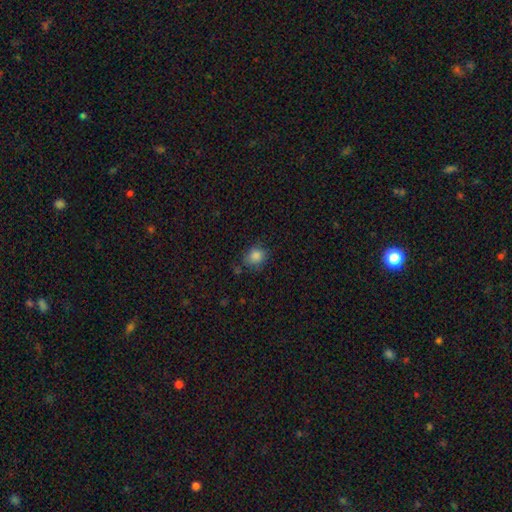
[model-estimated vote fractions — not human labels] Smooth or featured? smooth (85%)
How rounded? round (69%)
Merging? none (74%)